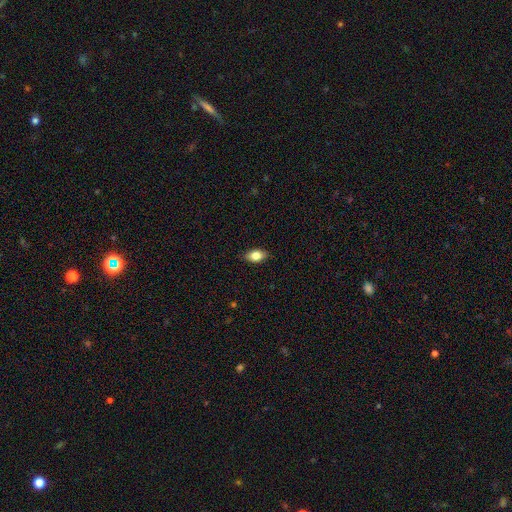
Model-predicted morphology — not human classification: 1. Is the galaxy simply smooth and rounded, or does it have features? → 82% smooth, 10% featured or disk, 8% star or artifact.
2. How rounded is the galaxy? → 88% in between, 9% round, 3% cigar-shaped.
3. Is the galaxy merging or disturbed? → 87% none, 10% minor disturbance, 2% major disturbance, 1% merger.